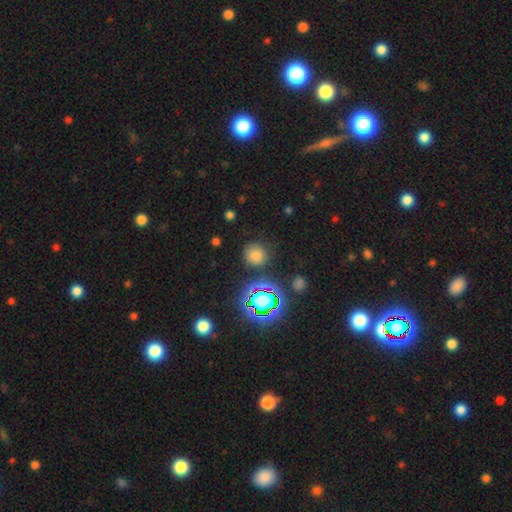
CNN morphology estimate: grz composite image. It shows a smooth galaxy with no disk features (70%) that is round (90%). Merging: none (82%).